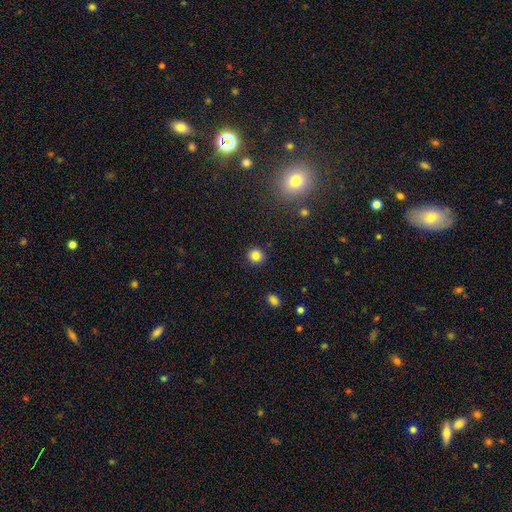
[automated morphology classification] A smooth galaxy with no disk features (83%) that is round (88%).

Vote fractions:
- Smooth or featured? smooth: 83% / star or artifact: 11% / featured or disk: 5%
- How rounded? round: 88% / in between: 11% / cigar-shaped: 1%
- Merging? none: 91% / minor disturbance: 6% / major disturbance: 2% / merger: 1%